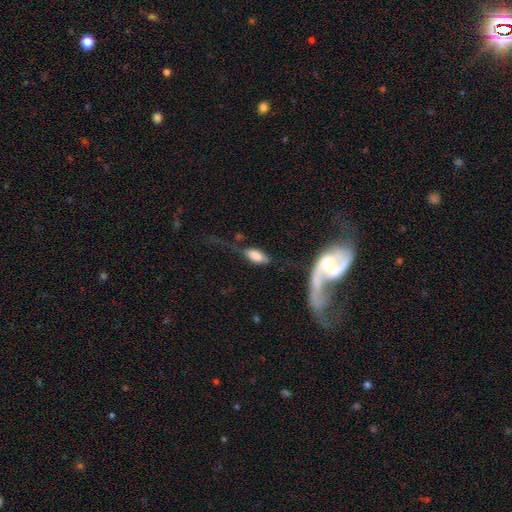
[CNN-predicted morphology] The model was most divided on "merging": major disturbance: 35%, none: 31%, minor disturbance: 22%, merger: 12%. More confident: how rounded — in between (84%); smooth or featured — smooth (69%).